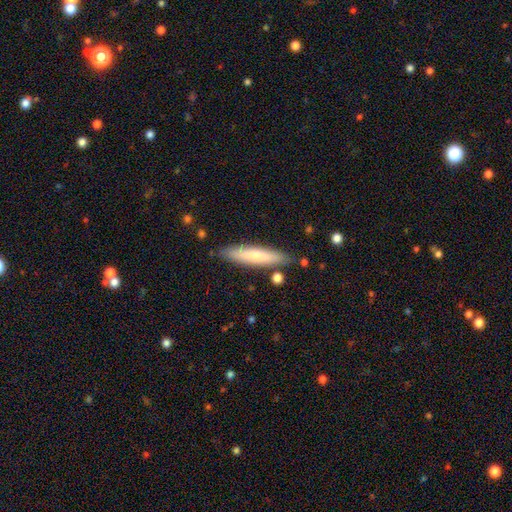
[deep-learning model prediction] Smooth or featured? Predicted: smooth (p=0.66). How rounded? Predicted: cigar-shaped (p=0.85). Merging? Predicted: none (p=0.85).